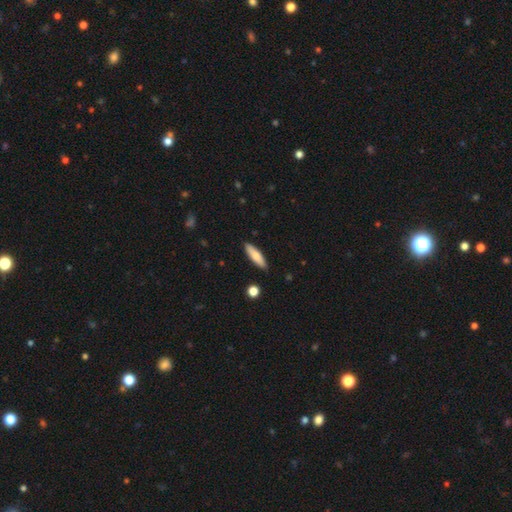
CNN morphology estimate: Smooth or featured?
  - smooth: 69% *
  - featured or disk: 25%
  - star or artifact: 6%
How rounded?
  - cigar-shaped: 64% *
  - in between: 34%
  - round: 2%
Merging?
  - none: 89% *
  - minor disturbance: 8%
  - major disturbance: 2%
  - merger: 2%